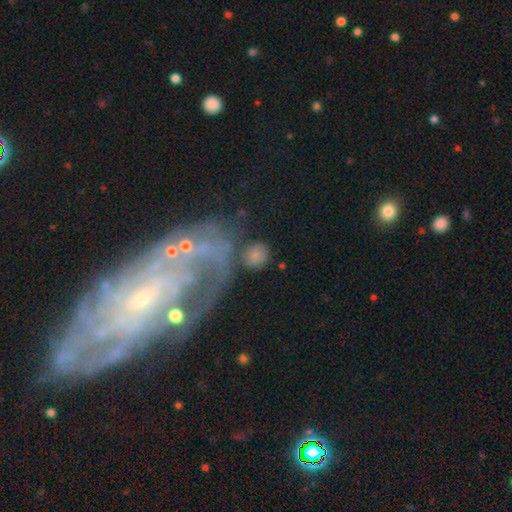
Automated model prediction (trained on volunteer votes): A smooth galaxy with no disk features (73%) that is round (80%).

Vote fractions:
- Smooth or featured? smooth: 73% / featured or disk: 18% / star or artifact: 10%
- How rounded? round: 80% / in between: 18% / cigar-shaped: 1%
- Merging? none: 68% / minor disturbance: 14% / merger: 11% / major disturbance: 7%